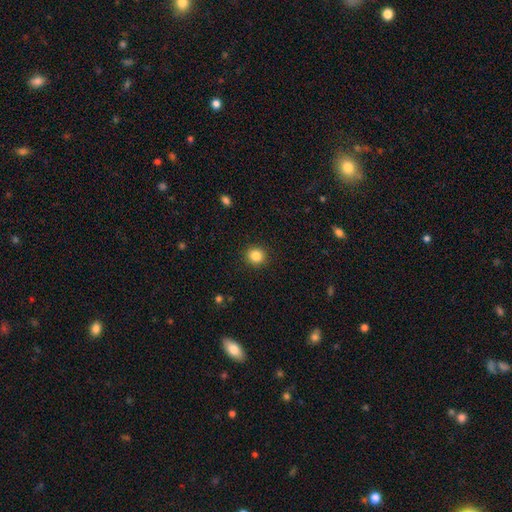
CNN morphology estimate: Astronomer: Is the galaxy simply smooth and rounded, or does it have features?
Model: smooth — 85%.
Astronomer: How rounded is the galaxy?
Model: round — 90%.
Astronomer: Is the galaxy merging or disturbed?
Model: none — 92%.